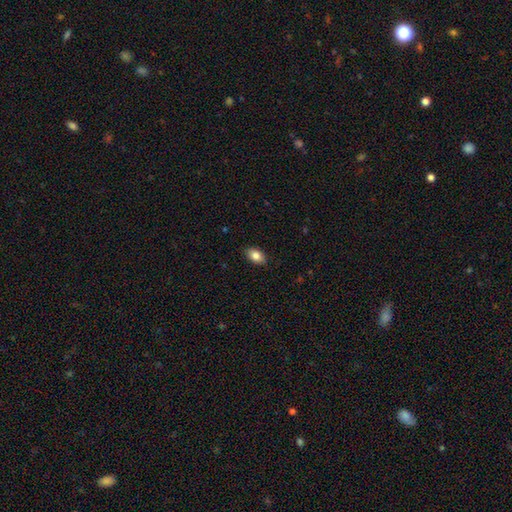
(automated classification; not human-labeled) A smooth galaxy with no disk features (84%) that is in between round and cigar-shaped (90%). Merging: none (88%).